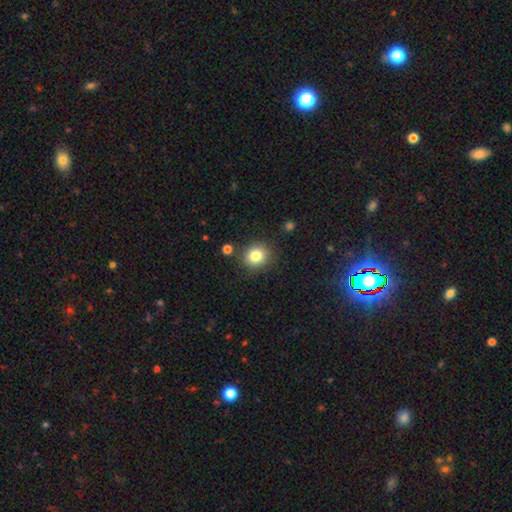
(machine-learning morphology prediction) The model was most divided on "how rounded": round: 83%, in between: 16%, cigar-shaped: 1%. More confident: merging — none (84%); smooth or featured — smooth (82%).